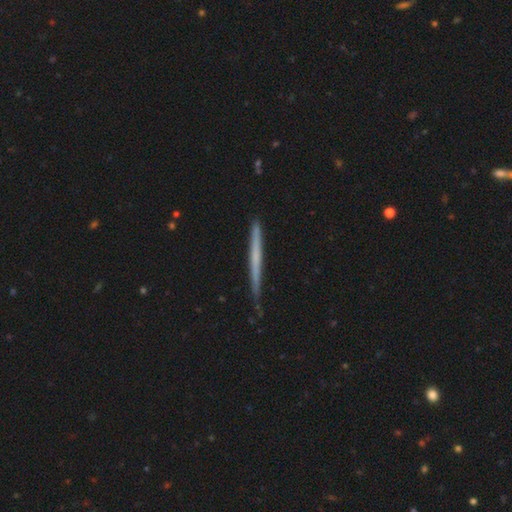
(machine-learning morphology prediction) This appears to be a featured or disk galaxy (51%) viewed edge-on (97%). Merging: none (80%).